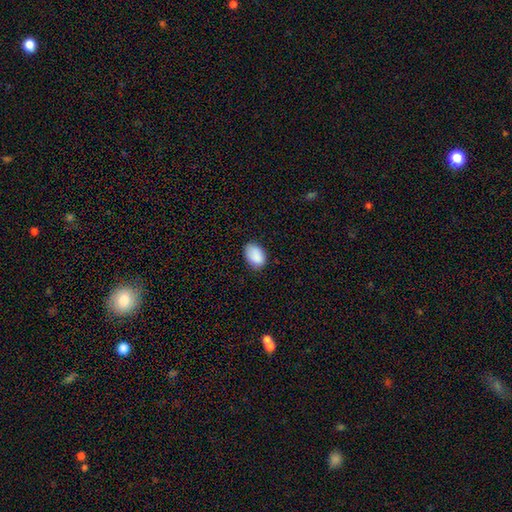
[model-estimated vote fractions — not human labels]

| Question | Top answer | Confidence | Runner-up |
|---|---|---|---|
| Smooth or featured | smooth | 89% | star or artifact (7%) |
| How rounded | in between | 89% | round (10%) |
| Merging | none | 78% | minor disturbance (18%) |